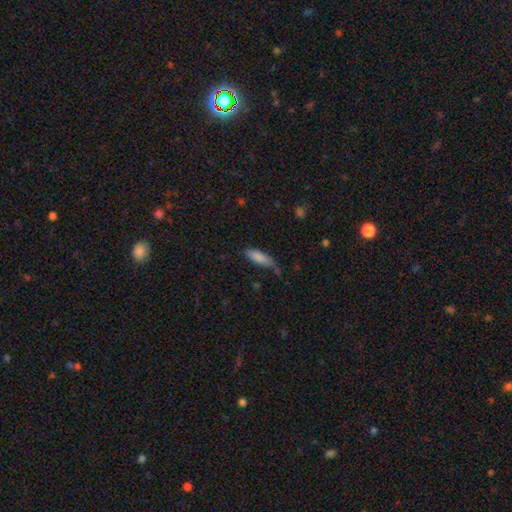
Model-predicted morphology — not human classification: smooth 45%, star or artifact 30%, featured or disk 25%. Down the decision tree: merging — none (71%).